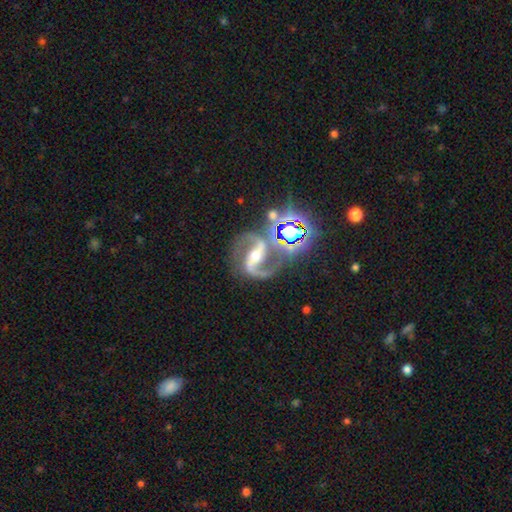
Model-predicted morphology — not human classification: Smooth or featured? featured or disk (87%)
Edge-on disk? no (97%)
Bar? strong (60%)
Spiral arms? yes (98%)
Spiral winding? medium (58%)
Spiral arm count? 2 (94%)
Bulge size? moderate (61%)
Merging? none (73%)